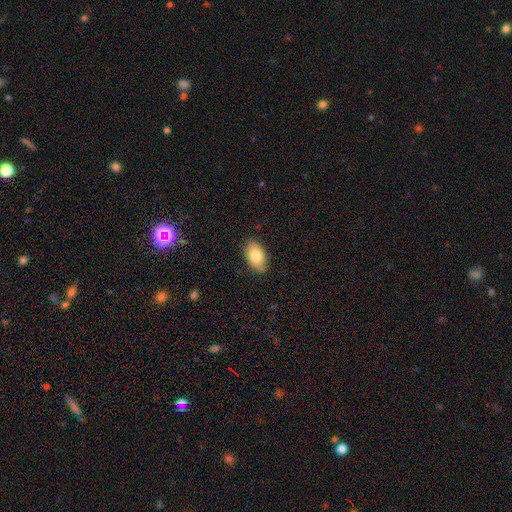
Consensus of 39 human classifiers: This appears to be a smooth galaxy with no disk features (74%) that is in between round and cigar-shaped (93%). Merging: none (89%).